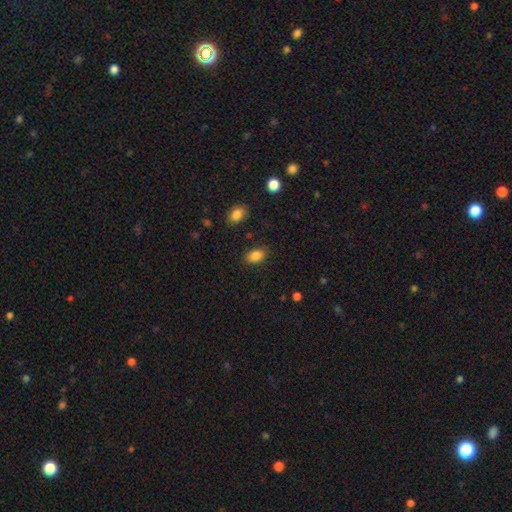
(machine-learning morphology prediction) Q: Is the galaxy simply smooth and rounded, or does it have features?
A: smooth — 85%.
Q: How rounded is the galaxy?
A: in between — 82%.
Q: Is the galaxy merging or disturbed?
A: none — 84%.